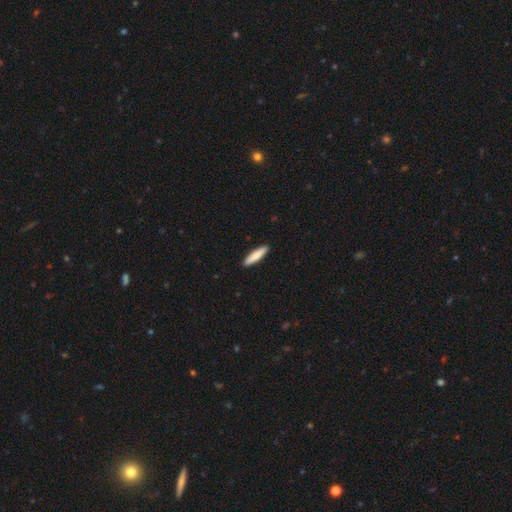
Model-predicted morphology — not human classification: Smooth or featured? smooth (82%)
How rounded? cigar-shaped (82%)
Merging? none (92%)